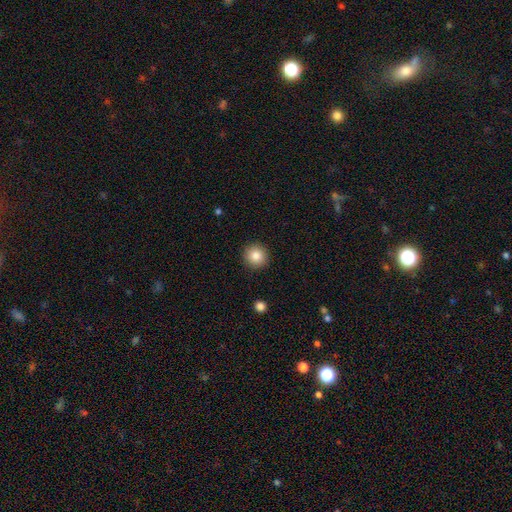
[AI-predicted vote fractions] A smooth galaxy with no disk features (85%) that is round (94%). Merging: none (92%).